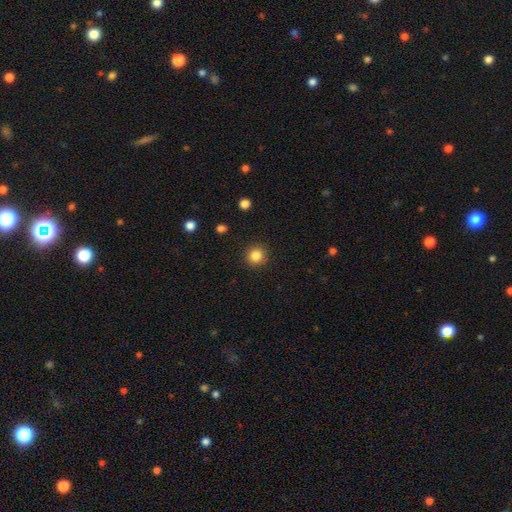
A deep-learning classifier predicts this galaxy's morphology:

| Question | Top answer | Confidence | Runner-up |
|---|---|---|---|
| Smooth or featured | smooth | 85% | star or artifact (11%) |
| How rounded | round | 92% | in between (7%) |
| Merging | none | 91% | minor disturbance (6%) |